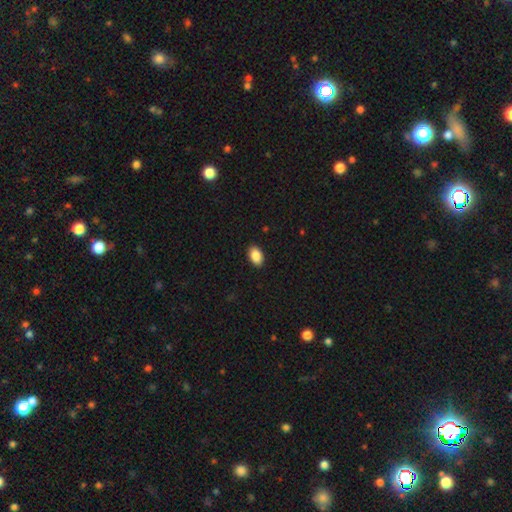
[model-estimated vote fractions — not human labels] Smooth or featured? Predicted: smooth (p=0.88). How rounded? Predicted: in between (p=0.91). Merging? Predicted: none (p=0.90).